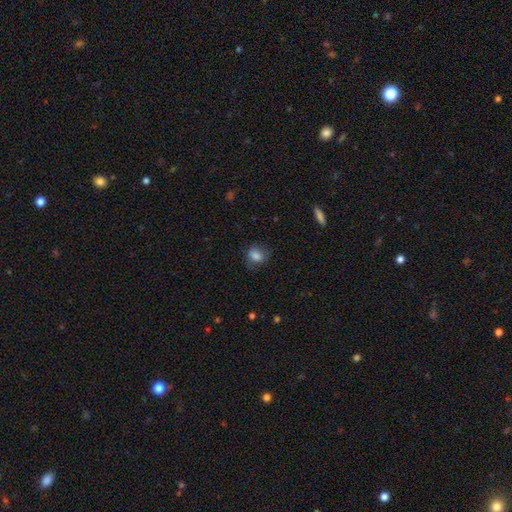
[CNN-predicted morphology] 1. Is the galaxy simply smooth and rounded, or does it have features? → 81% smooth, 9% star or artifact, 9% featured or disk.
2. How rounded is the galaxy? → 52% round, 47% in between, 1% cigar-shaped.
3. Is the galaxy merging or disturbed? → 67% none, 23% minor disturbance, 9% major disturbance, 1% merger.